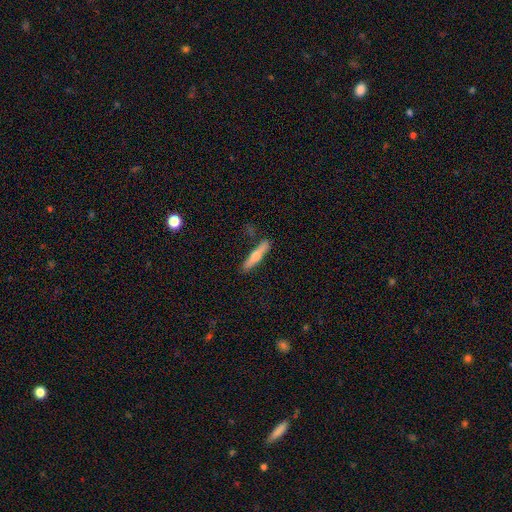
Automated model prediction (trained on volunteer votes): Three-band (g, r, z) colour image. It shows a smooth galaxy with no disk features (54%) that is cigar-shaped (89%). Merging: none (83%).